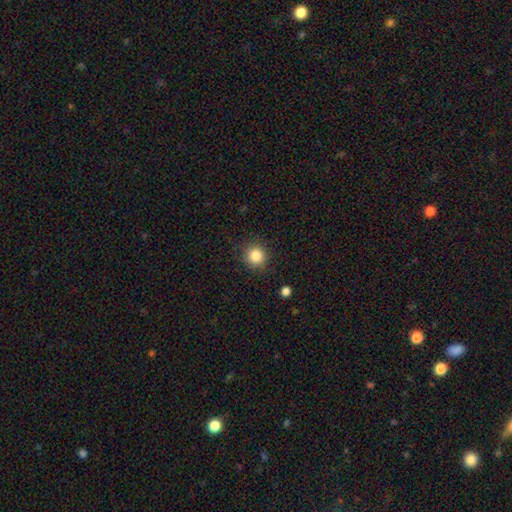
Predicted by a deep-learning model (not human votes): A smooth galaxy with no disk features (84%) that is round (91%). Merging: none (88%).